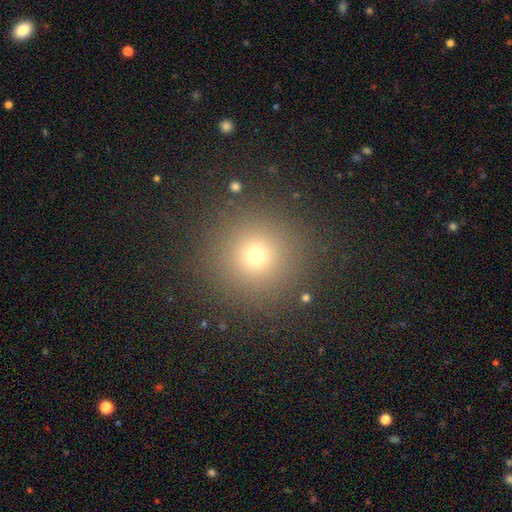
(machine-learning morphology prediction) Smooth or featured? smooth (68%)
How rounded? round (95%)
Merging? none (90%)